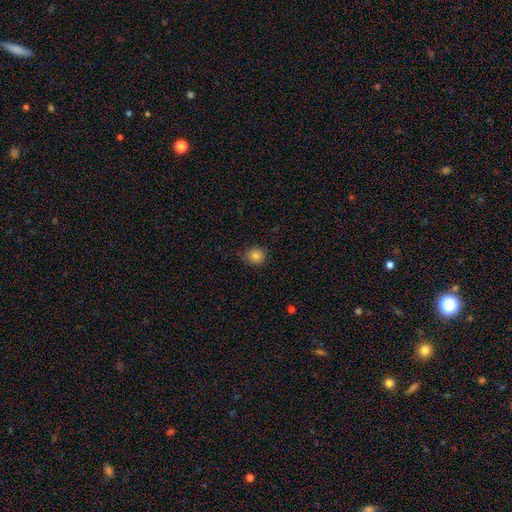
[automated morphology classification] smooth 82%, star or artifact 11%, featured or disk 7%. Down the decision tree: how rounded — round (82%); merging — none (78%).